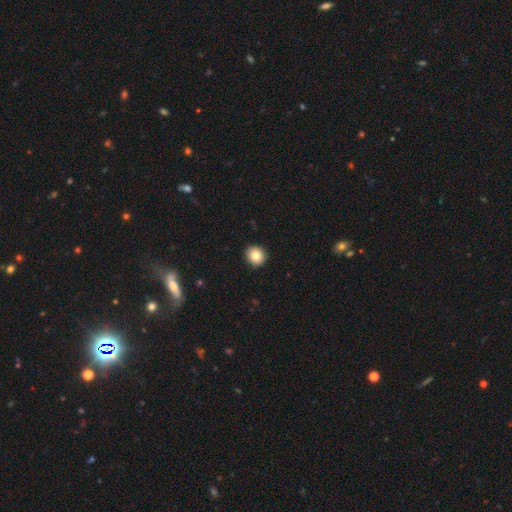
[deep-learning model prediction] Overall: smooth (82%). How rounded: round (89%). Merging: none (92%).